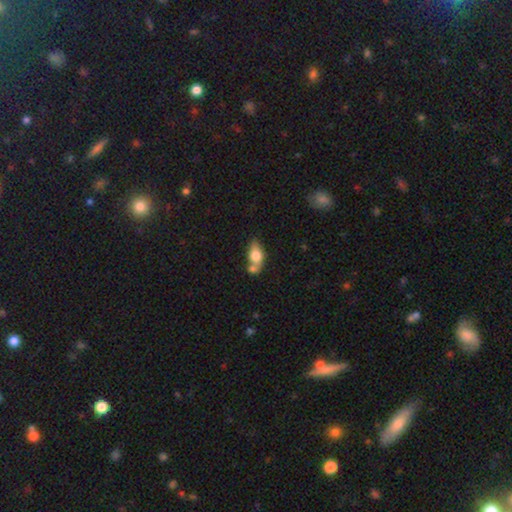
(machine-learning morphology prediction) A smooth galaxy with no disk features (68%) that is in between round and cigar-shaped (79%).

Vote fractions:
- Smooth or featured? smooth: 68% / featured or disk: 25% / star or artifact: 7%
- How rounded? in between: 79% / round: 11% / cigar-shaped: 10%
- Merging? merger: 40% / none: 39% / minor disturbance: 15% / major disturbance: 6%